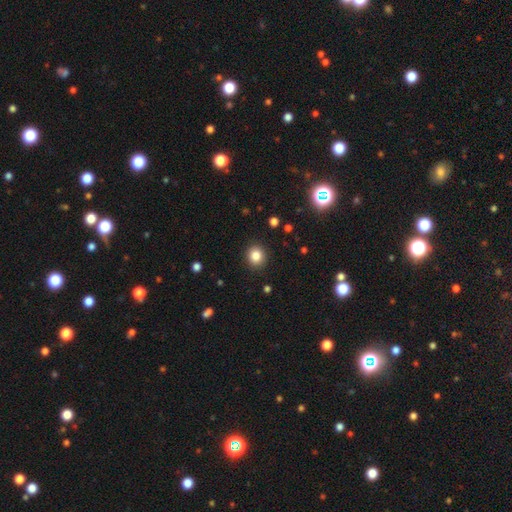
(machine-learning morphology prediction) A smooth galaxy with no disk features (84%) that is round (83%).

Vote fractions:
- Smooth or featured? smooth: 84% / star or artifact: 11% / featured or disk: 5%
- How rounded? round: 83% / in between: 16% / cigar-shaped: 1%
- Merging? none: 91% / minor disturbance: 6% / major disturbance: 2% / merger: 1%